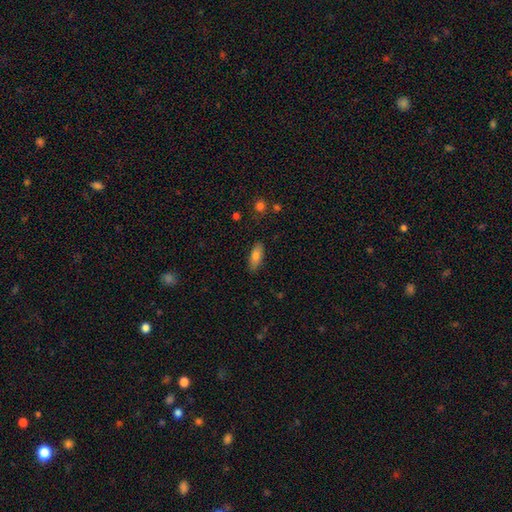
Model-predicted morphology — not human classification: smooth_or_featured: smooth (p=0.78) [alt: featured or disk p=0.14]
how_rounded: in between (p=0.77) [alt: cigar-shaped p=0.20]
merging: none (p=0.85) [alt: minor disturbance p=0.11]